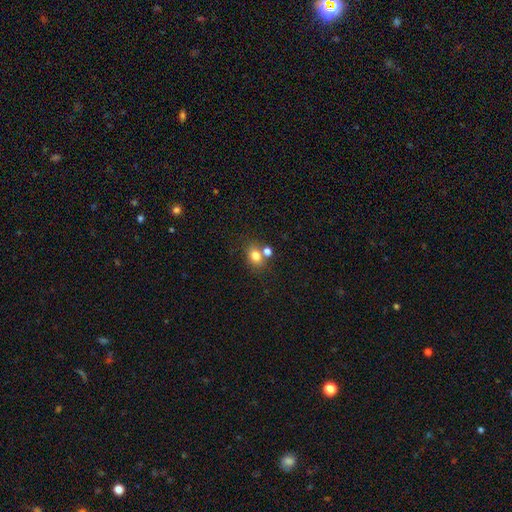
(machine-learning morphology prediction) Q: Smooth or featured?
A: smooth (78%); runner-up: star or artifact (12%)
Q: How rounded?
A: in between (51%); runner-up: round (48%)
Q: Merging?
A: none (60%); runner-up: merger (24%)